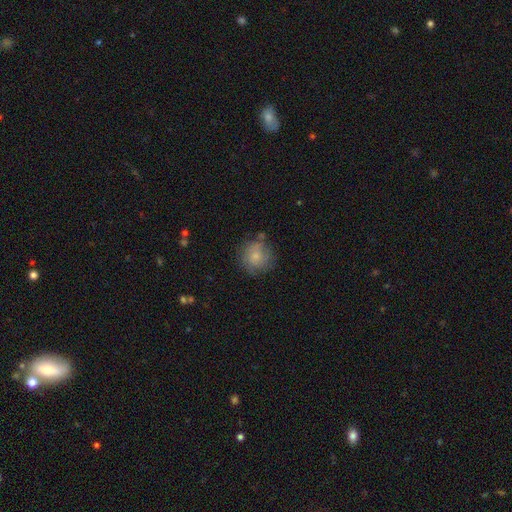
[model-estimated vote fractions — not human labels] Smooth or featured: smooth — 78% (featured or disk — 14%)
How rounded: round — 91% (in between — 8%)
Merging: none — 69% (minor disturbance — 19%)